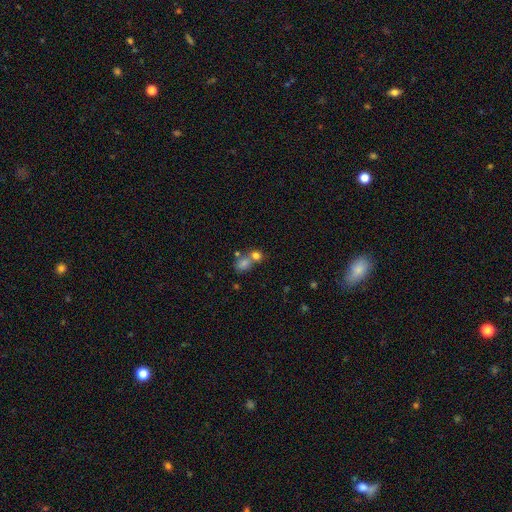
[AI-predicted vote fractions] Smooth or featured? Predicted: smooth (p=0.74). How rounded? Predicted: round (p=0.60). Merging? Predicted: merger (p=0.49).